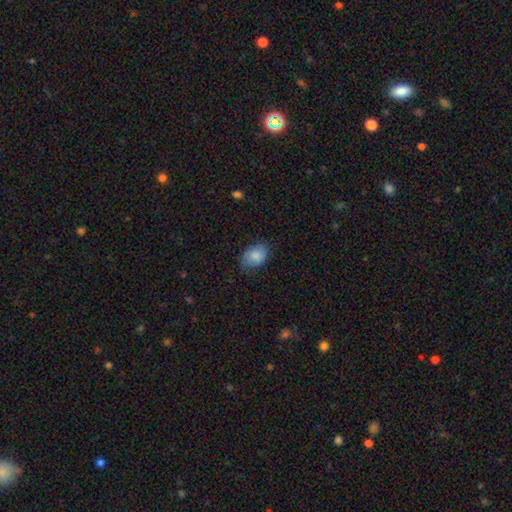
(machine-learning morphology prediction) Smooth or featured? Predicted: smooth (p=0.84). How rounded? Predicted: in between (p=0.82). Merging? Predicted: none (p=0.71).